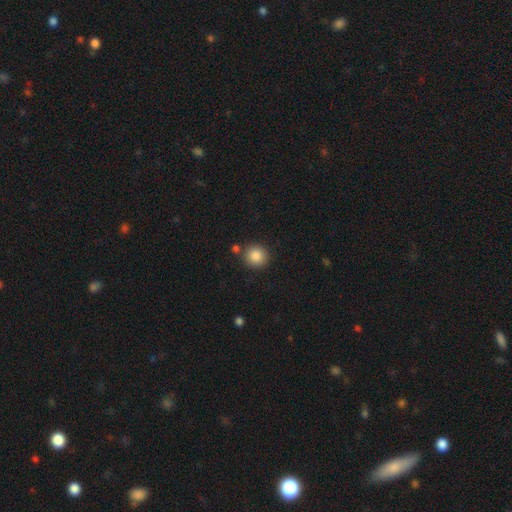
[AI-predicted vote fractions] Q: Smooth or featured?
A: smooth (87%); runner-up: star or artifact (9%)
Q: How rounded?
A: round (91%); runner-up: in between (8%)
Q: Merging?
A: none (82%); runner-up: minor disturbance (8%)